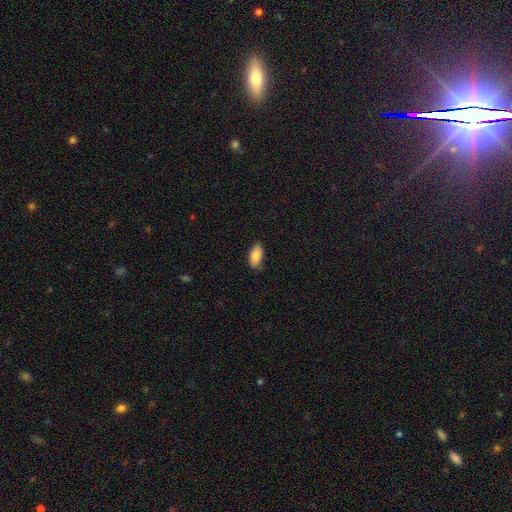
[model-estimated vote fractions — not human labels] Smooth or featured? Predicted: smooth (p=0.87). How rounded? Predicted: in between (p=0.92). Merging? Predicted: none (p=0.84).